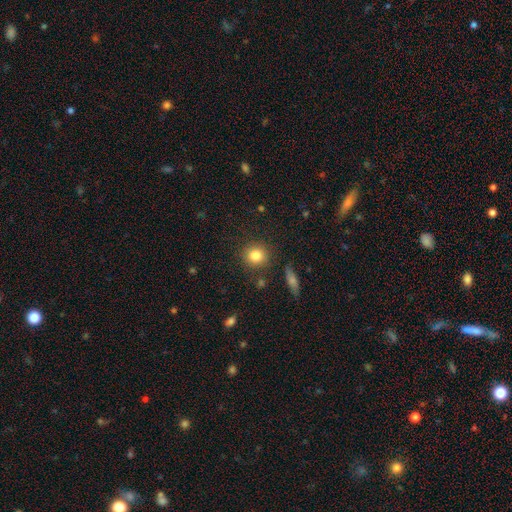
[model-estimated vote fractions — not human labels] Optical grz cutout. It shows a smooth galaxy with no disk features (83%) that is round (88%). Merging: none (87%).